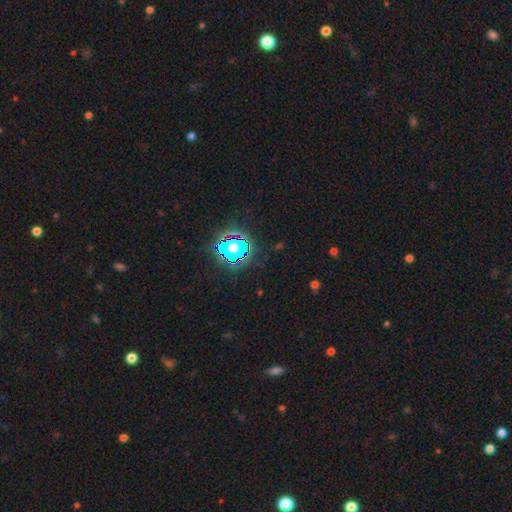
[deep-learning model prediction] Smooth or featured?
  - star or artifact: 80% *
  - smooth: 12%
  - featured or disk: 7%